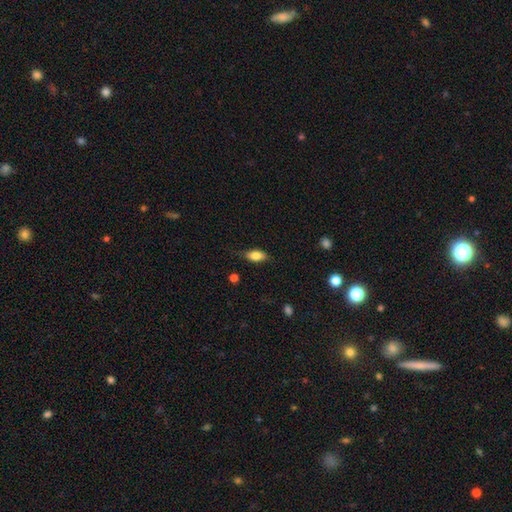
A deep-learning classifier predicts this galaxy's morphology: This is likely a smooth galaxy (76%). How rounded: clearly in between (84%). Merging: likely none (73%).